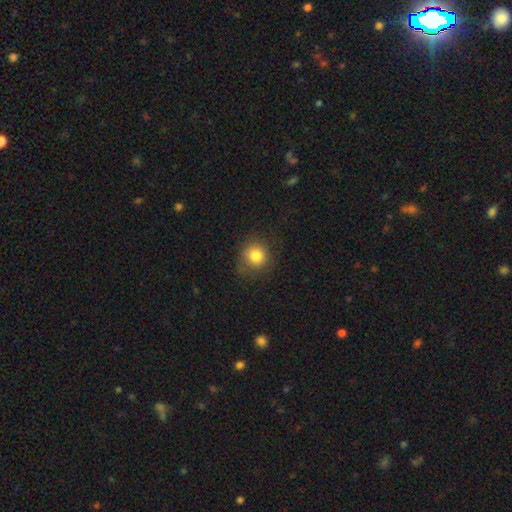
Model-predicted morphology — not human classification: A smooth galaxy with no disk features (82%) that is round (86%). Merging: none (78%).